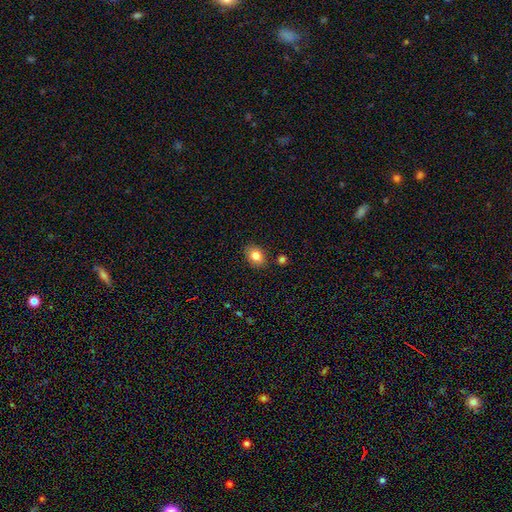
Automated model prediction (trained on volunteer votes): The model was most divided on "how rounded": in between: 68%, round: 31%, cigar-shaped: 1%. More confident: merging — none (84%); smooth or featured — smooth (84%).